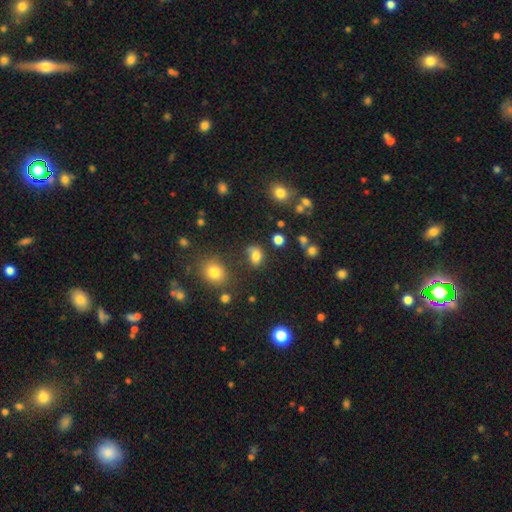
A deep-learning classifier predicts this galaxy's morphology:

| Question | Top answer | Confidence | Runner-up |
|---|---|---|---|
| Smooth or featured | smooth | 77% | star or artifact (15%) |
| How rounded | in between | 69% | round (29%) |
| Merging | none | 57% | minor disturbance (22%) |